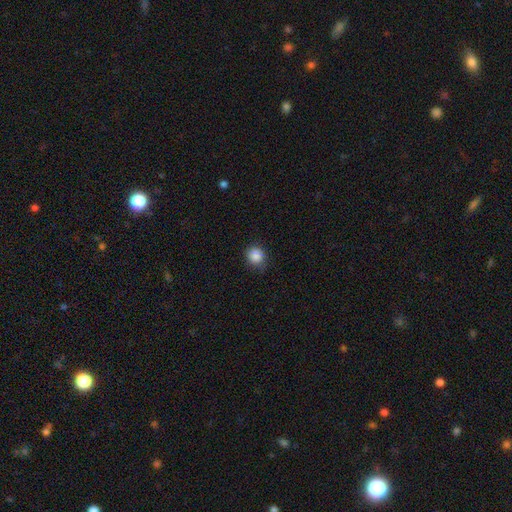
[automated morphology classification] smooth_or_featured: smooth (p=0.87) [alt: star or artifact p=0.10]
how_rounded: round (p=0.82) [alt: in between p=0.17]
merging: none (p=0.78) [alt: minor disturbance p=0.18]